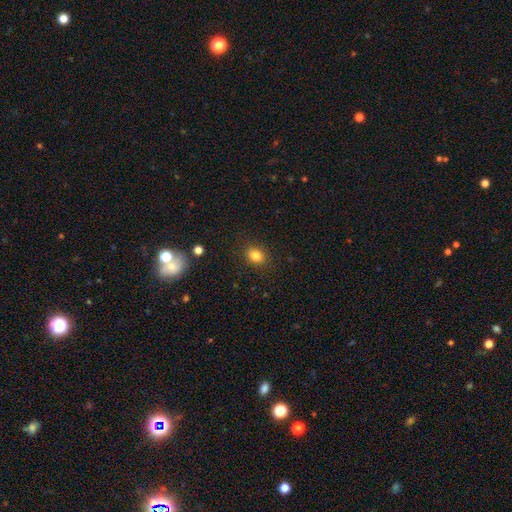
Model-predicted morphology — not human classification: A smooth galaxy with no disk features (83%) that is in between round and cigar-shaped (57%).

Vote fractions:
- Smooth or featured? smooth: 83% / star or artifact: 11% / featured or disk: 6%
- How rounded? in between: 57% / round: 42% / cigar-shaped: 1%
- Merging? none: 87% / minor disturbance: 9% / major disturbance: 3% / merger: 1%